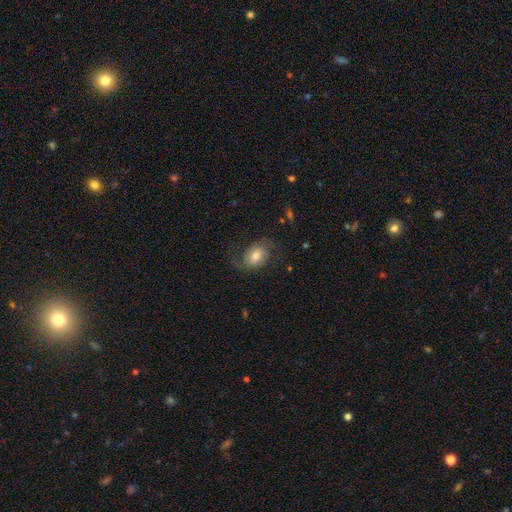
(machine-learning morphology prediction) Smooth or featured: featured or disk — 59% (smooth — 32%)
Edge-on disk: no — 96% (yes — 4%)
Bar: no — 48% (weak — 40%)
Spiral arms: yes — 90% (no — 10%)
Spiral winding: loose — 47% (medium — 39%)
Spiral arm count: 2 — 81% (can't tell — 7%)
Bulge size: moderate — 56% (small — 27%)
Merging: none — 62% (minor disturbance — 19%)